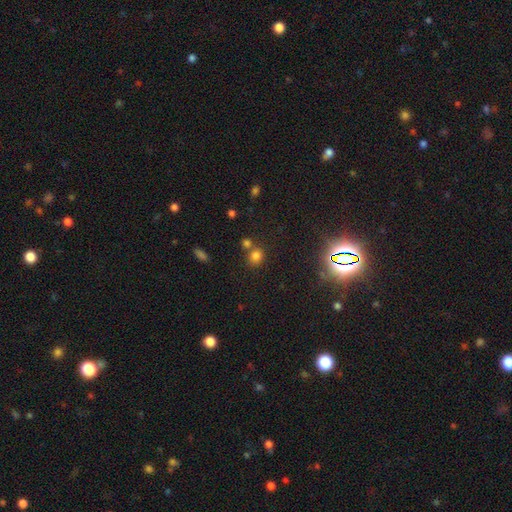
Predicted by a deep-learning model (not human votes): A smooth galaxy with no disk features (74%) that is round (75%). Merging: none (61%).